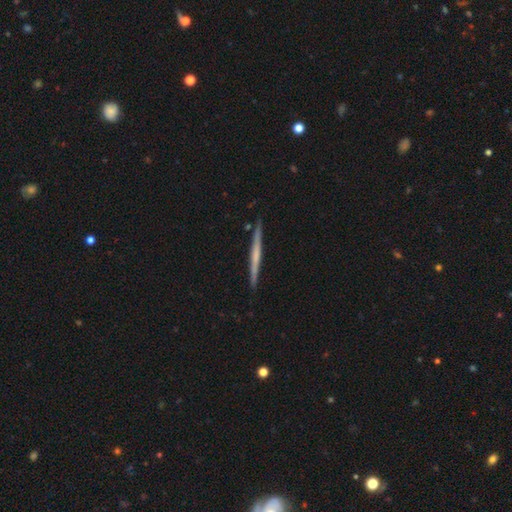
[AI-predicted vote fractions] featured or disk 59%, smooth 36%, star or artifact 5%. Down the decision tree: edge-on disk — yes (98%); edge-on bulge — none (75%); merging — none (90%).